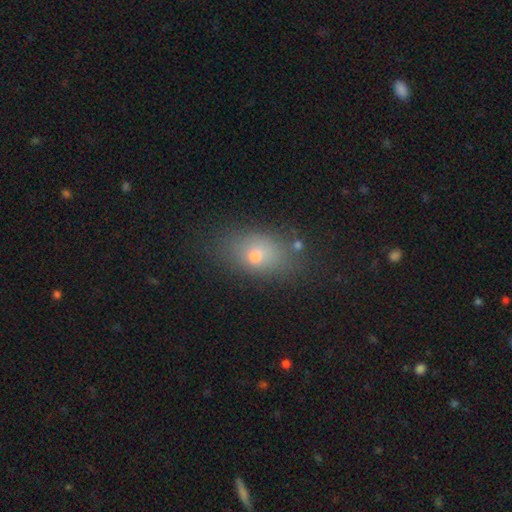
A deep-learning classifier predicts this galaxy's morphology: Q: Smooth or featured?
A: smooth (65%); runner-up: star or artifact (18%)
Q: How rounded?
A: in between (73%); runner-up: round (25%)
Q: Merging?
A: none (79%); runner-up: minor disturbance (13%)